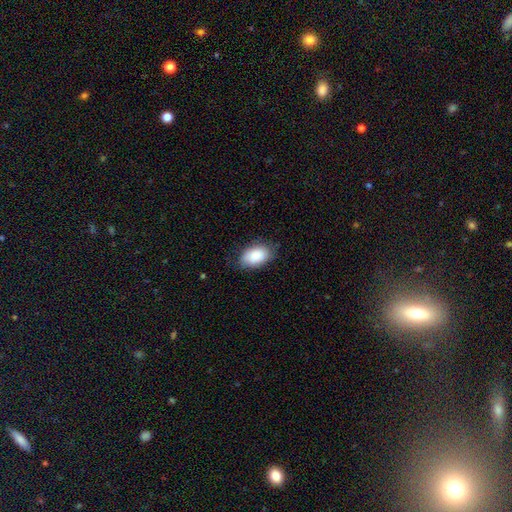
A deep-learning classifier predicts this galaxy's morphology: type=smooth (86%); roundness=in between (92%); merging=none (78%).